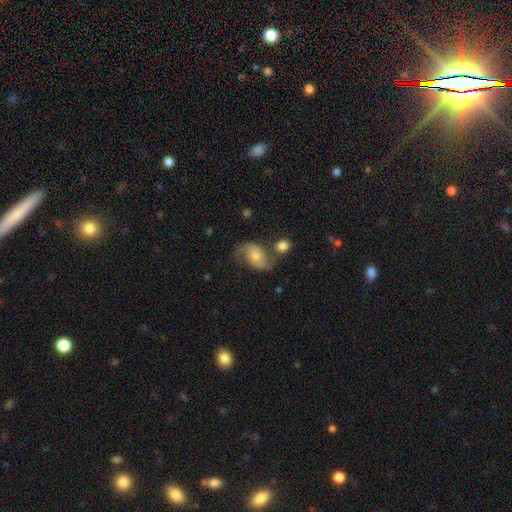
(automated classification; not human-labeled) Q: Smooth or featured?
A: featured or disk (74%); runner-up: smooth (18%)
Q: Edge-on disk?
A: no (97%); runner-up: yes (3%)
Q: Bar?
A: no (65%); runner-up: weak (28%)
Q: Spiral arms?
A: yes (92%); runner-up: no (8%)
Q: Spiral winding?
A: loose (47%); runner-up: medium (40%)
Q: Spiral arm count?
A: 2 (88%); runner-up: can't tell (5%)
Q: Bulge size?
A: moderate (53%); runner-up: small (38%)
Q: Merging?
A: none (55%); runner-up: minor disturbance (18%)